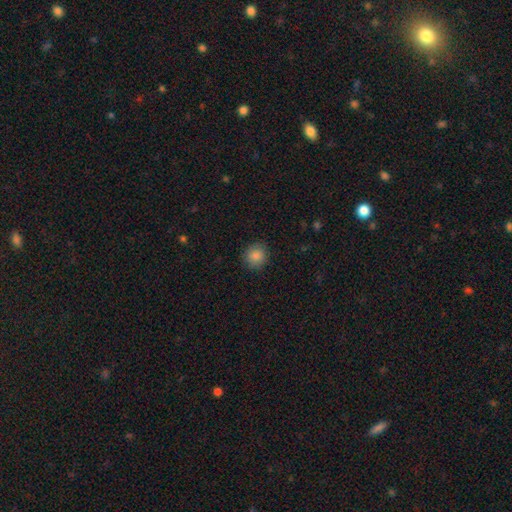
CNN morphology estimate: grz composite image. It shows a smooth galaxy with no disk features (86%) that is round (89%). Merging: none (89%).